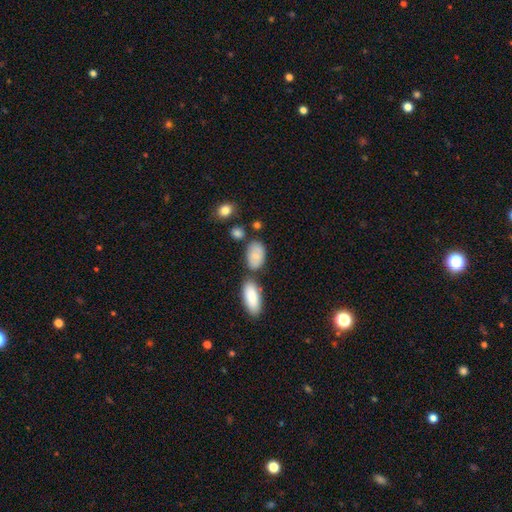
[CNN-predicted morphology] This appears to be a smooth galaxy with no disk features (77%) that is in between round and cigar-shaped (91%). Merging: none (57%).